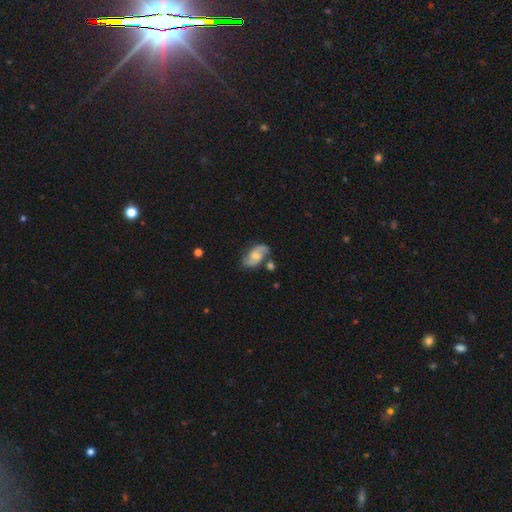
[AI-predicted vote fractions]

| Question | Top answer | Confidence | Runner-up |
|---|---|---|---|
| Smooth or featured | featured or disk | 76% | smooth (18%) |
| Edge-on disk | no | 97% | yes (3%) |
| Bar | no | 56% | weak (37%) |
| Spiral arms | yes | 94% | no (6%) |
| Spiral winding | medium | 47% | loose (35%) |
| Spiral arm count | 2 | 90% | can't tell (5%) |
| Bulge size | moderate | 45% | small (41%) |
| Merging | none | 67% | minor disturbance (18%) |